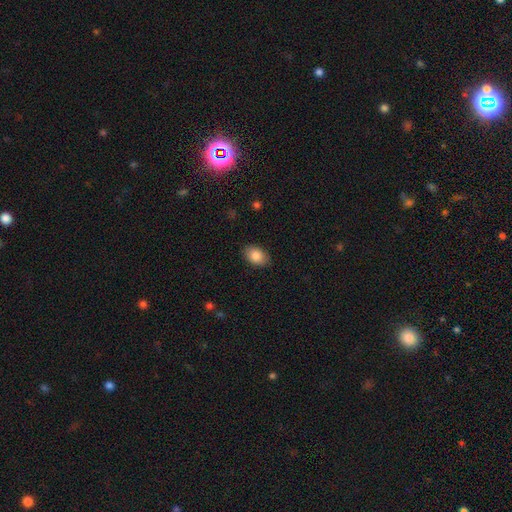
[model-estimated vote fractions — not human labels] smooth-or-featured: smooth: 87% | star or artifact: 7% | featured or disk: 6%
  how-rounded: in between: 85% | round: 14% | cigar-shaped: 1%
  merging: none: 86% | minor disturbance: 11% | major disturbance: 3% | merger: 1%